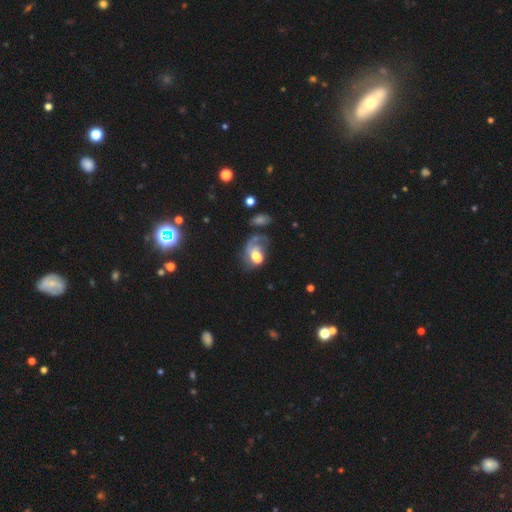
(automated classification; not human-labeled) smooth-or-featured: featured or disk: 52% | smooth: 34% | star or artifact: 13%
  disk-edge-on: no: 97% | yes: 3%
    bar: no: 71% | weak: 22% | strong: 7%
    has-spiral-arms: yes: 58% | no: 42%
    bulge-size: moderate: 45% | large: 34% | small: 10% | none: 6% | dominant: 6%
  merging: major disturbance: 40% | none: 25% | merger: 20% | minor disturbance: 16%